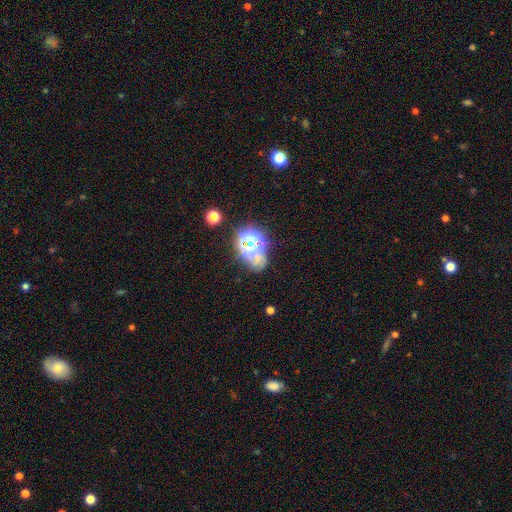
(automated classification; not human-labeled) Smooth or featured: star or artifact — 49% (smooth — 32%)